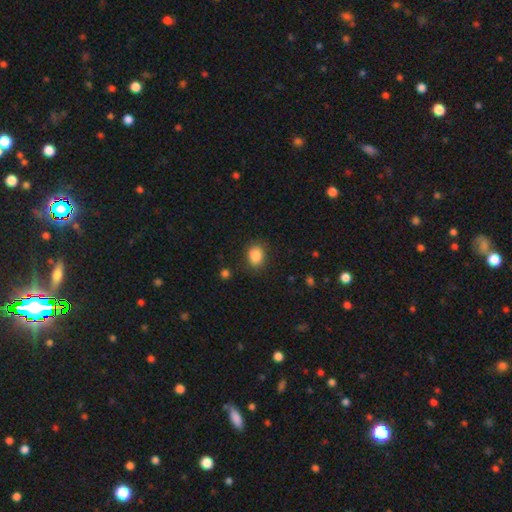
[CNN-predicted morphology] This is clearly a smooth galaxy (86%). How rounded: possibly round (52%). Merging: clearly none (83%).